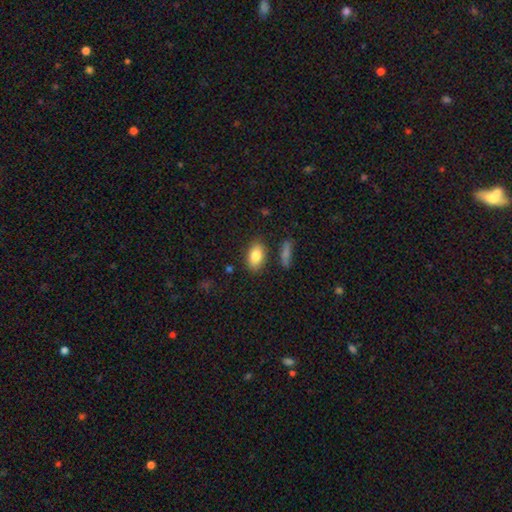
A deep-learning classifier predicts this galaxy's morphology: smooth_or_featured: smooth (p=0.83) [alt: featured or disk p=0.10]
how_rounded: in between (p=0.89) [alt: round p=0.07]
merging: none (p=0.83) [alt: minor disturbance p=0.11]